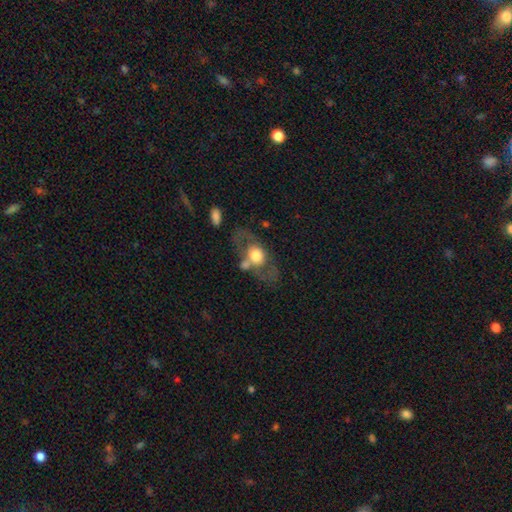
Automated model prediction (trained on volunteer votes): Smooth or featured?
  - smooth: 49% *
  - featured or disk: 44%
  - star or artifact: 7%
Merging?
  - none: 44% *
  - merger: 22%
  - minor disturbance: 18%
  - major disturbance: 16%